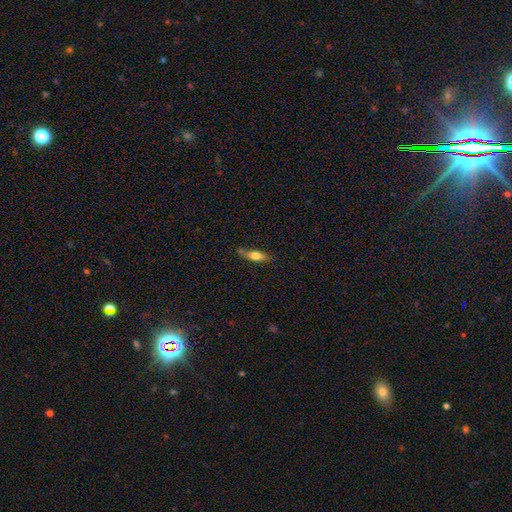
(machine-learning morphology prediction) Smooth or featured: smooth — 63% (featured or disk — 30%)
How rounded: cigar-shaped — 49% (in between — 47%)
Merging: none — 64% (minor disturbance — 24%)